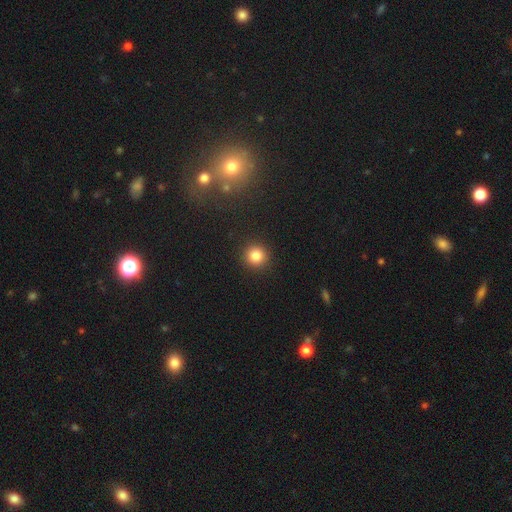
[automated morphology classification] A smooth galaxy with no disk features (83%) that is round (94%).

Vote fractions:
- Smooth or featured? smooth: 83% / star or artifact: 12% / featured or disk: 5%
- How rounded? round: 94% / in between: 5% / cigar-shaped: 1%
- Merging? none: 92% / minor disturbance: 5% / major disturbance: 2% / merger: 1%